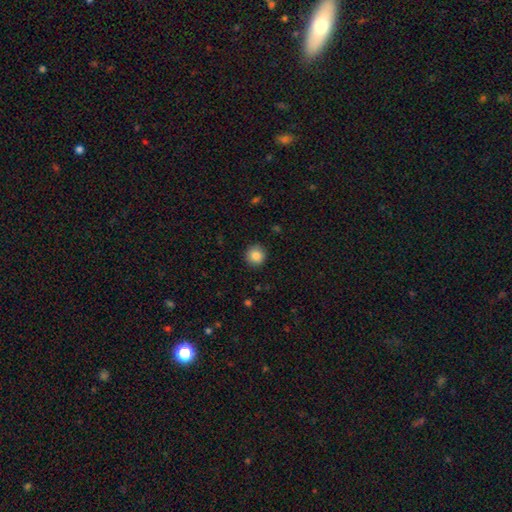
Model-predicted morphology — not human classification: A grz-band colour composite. It shows a smooth galaxy with no disk features (86%) that is round (93%). Merging: none (92%).